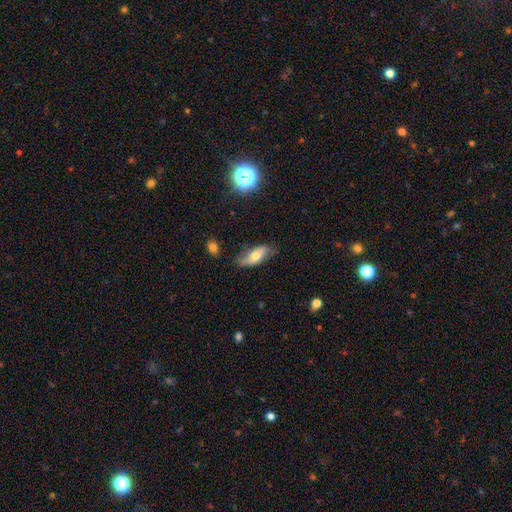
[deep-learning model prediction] smooth_or_featured: smooth (p=0.54) [alt: featured or disk p=0.38]
how_rounded: in between (p=0.77) [alt: cigar-shaped p=0.19]
merging: none (p=0.67) [alt: minor disturbance p=0.25]